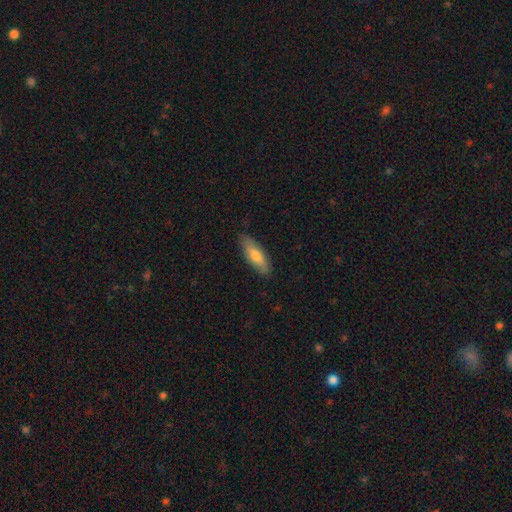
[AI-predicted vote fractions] Overall: smooth (68%). How rounded: in between (52%; cigar-shaped 46%). Merging: none (85%).